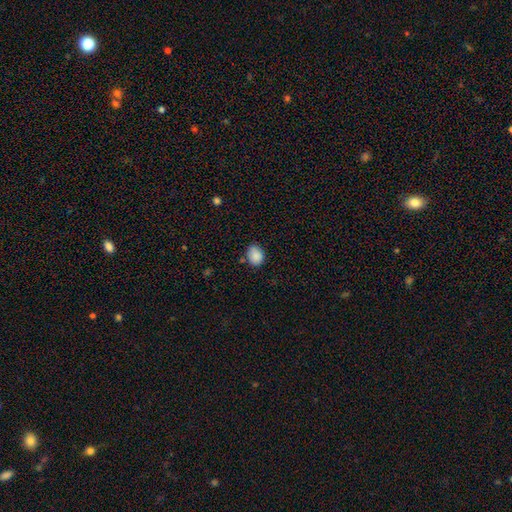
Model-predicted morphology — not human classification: This appears to be a smooth galaxy with no disk features (87%) that is in between round and cigar-shaped (55%). Merging: none (70%).